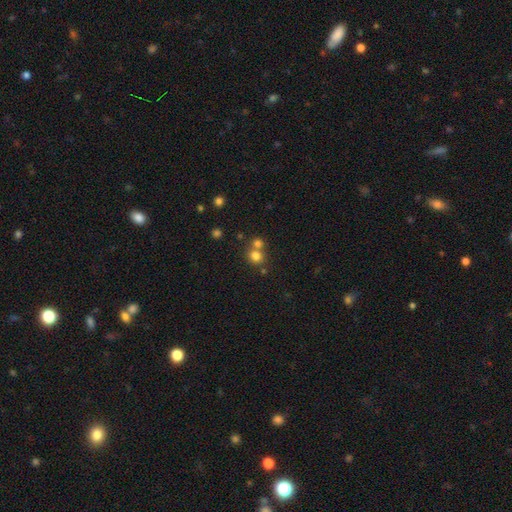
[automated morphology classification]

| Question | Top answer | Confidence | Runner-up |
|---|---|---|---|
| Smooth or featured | smooth | 77% | star or artifact (15%) |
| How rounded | round | 84% | in between (15%) |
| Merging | none | 51% | merger (40%) |